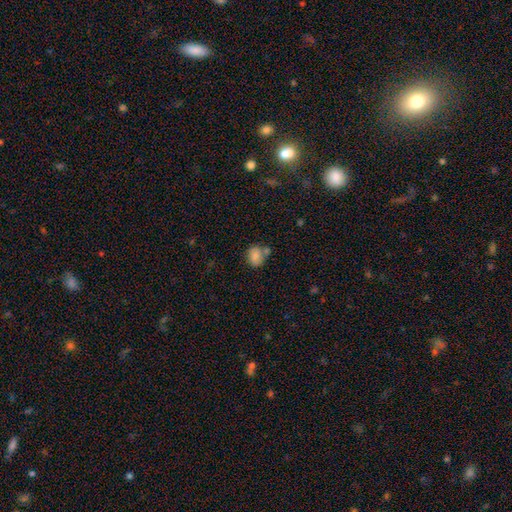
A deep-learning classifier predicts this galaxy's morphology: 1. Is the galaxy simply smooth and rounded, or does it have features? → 82% smooth, 9% star or artifact, 9% featured or disk.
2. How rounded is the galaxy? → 52% round, 47% in between, 1% cigar-shaped.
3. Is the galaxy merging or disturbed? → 57% none, 20% merger, 18% minor disturbance, 5% major disturbance.